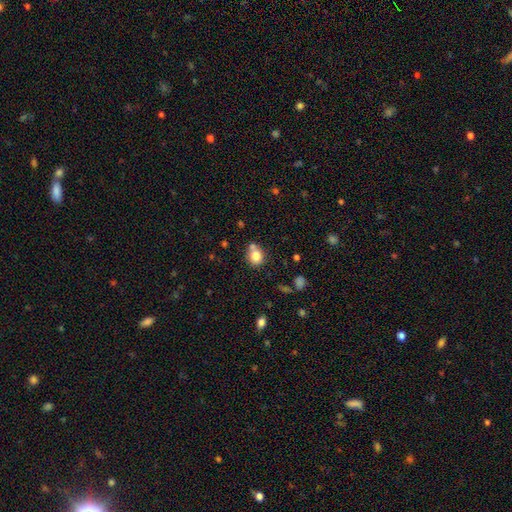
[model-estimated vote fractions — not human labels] smooth-or-featured: smooth: 80% | star or artifact: 11% | featured or disk: 10%
  how-rounded: round: 73% | in between: 26% | cigar-shaped: 1%
  merging: none: 58% | merger: 23% | minor disturbance: 14% | major disturbance: 4%